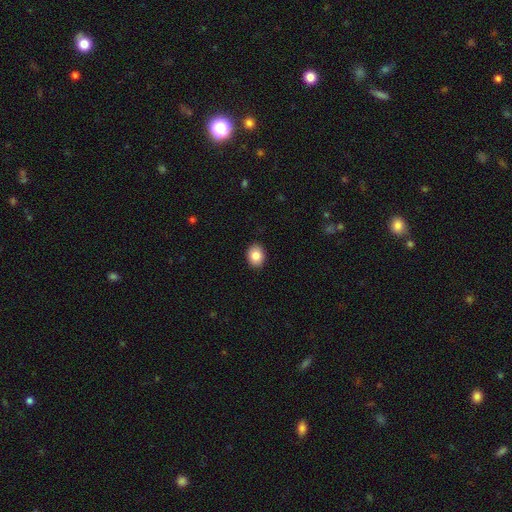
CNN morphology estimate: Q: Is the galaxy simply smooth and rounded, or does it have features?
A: smooth — 85%.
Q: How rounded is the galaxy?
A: in between — 62%.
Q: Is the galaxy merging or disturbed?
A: none — 90%.